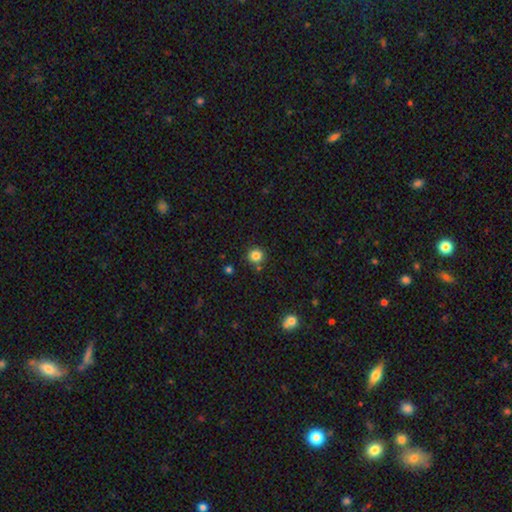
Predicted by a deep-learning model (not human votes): Smooth or featured? Predicted: smooth (p=0.84). How rounded? Predicted: round (p=0.94). Merging? Predicted: none (p=0.86).